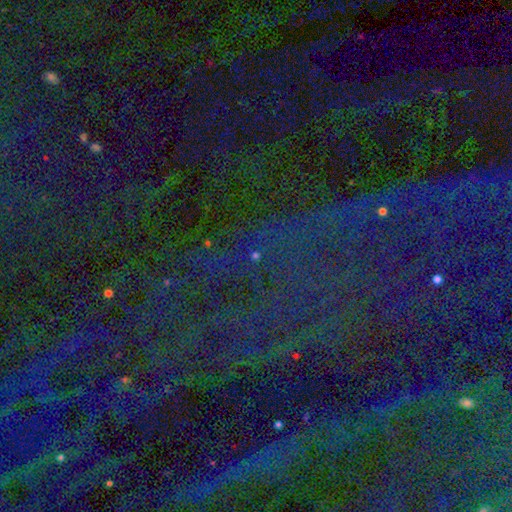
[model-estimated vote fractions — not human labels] A star or artifact, not a galaxy (81%).

Vote fractions:
- Smooth or featured? star or artifact: 81% / smooth: 11% / featured or disk: 8%